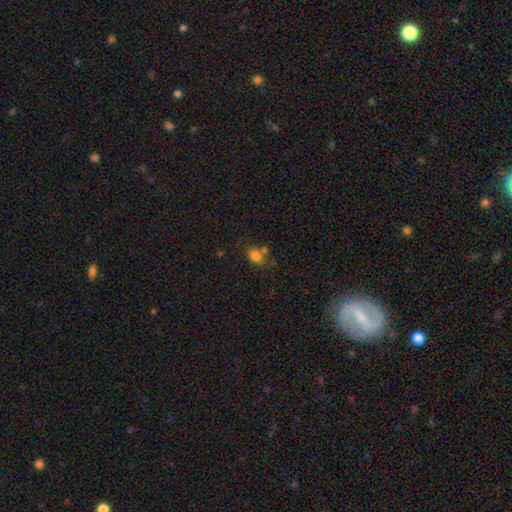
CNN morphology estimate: Overall: smooth (80%). How rounded: in between (60%; round 39%). Merging: none (55%; merger 23%).